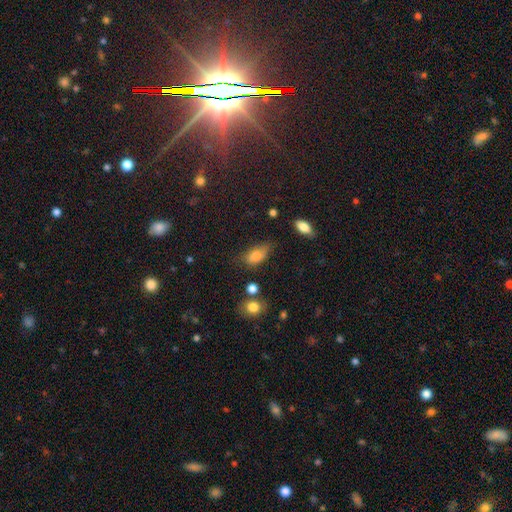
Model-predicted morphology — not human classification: This appears to be a smooth galaxy with no disk features (79%) that is in between round and cigar-shaped (87%). Merging: none (49%).